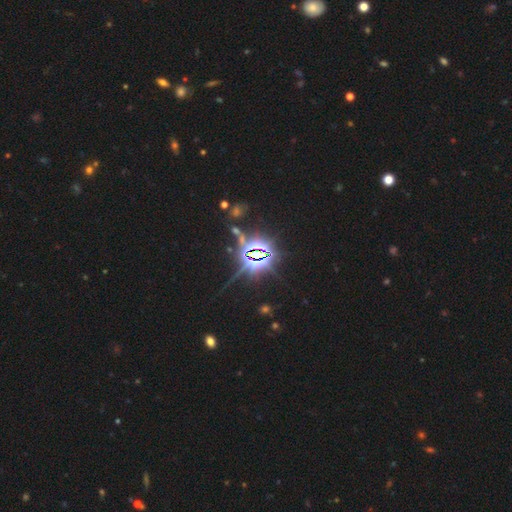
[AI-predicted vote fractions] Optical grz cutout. It shows a star or artifact, not a galaxy (82%).